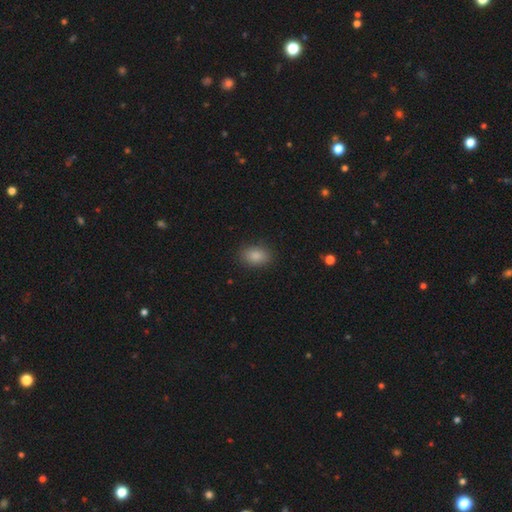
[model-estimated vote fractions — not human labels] Morphology: type=smooth (86%); roundness=in between (82%); merging=none (87%).